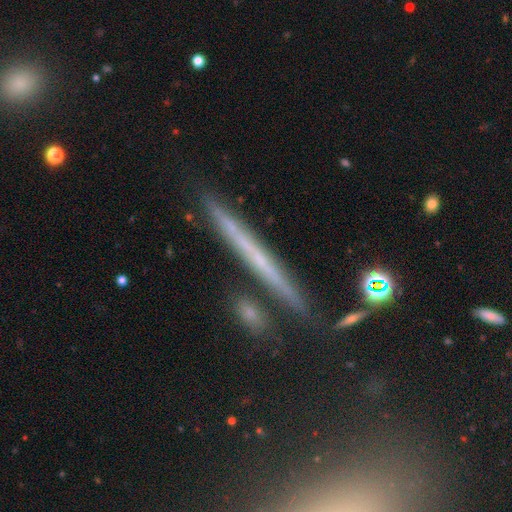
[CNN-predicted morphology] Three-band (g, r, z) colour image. It shows a featured or disk galaxy (58%) viewed edge-on (95%) with no central bulge (87%). Merging: none (85%).